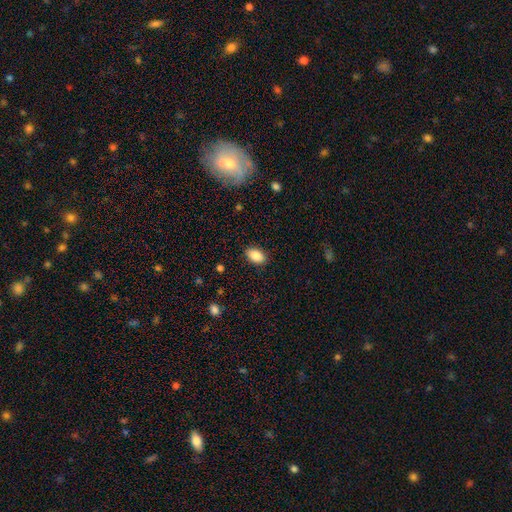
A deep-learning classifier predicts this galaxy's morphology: type=smooth (88%); roundness=in between (89%); merging=none (87%).